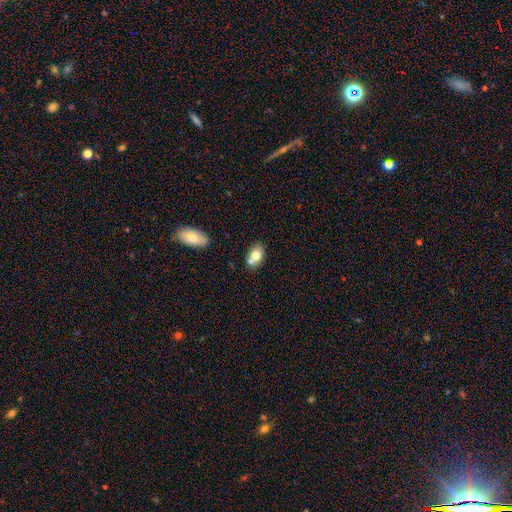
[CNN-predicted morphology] Smooth or featured: smooth — 74% (featured or disk — 17%)
How rounded: in between — 72% (round — 26%)
Merging: none — 51% (merger — 32%)